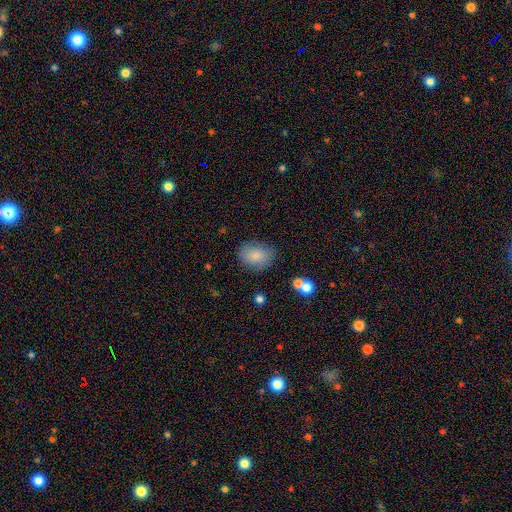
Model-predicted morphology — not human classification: smooth 83%, featured or disk 10%, star or artifact 7%. Down the decision tree: how rounded — in between (75%); merging — none (76%).